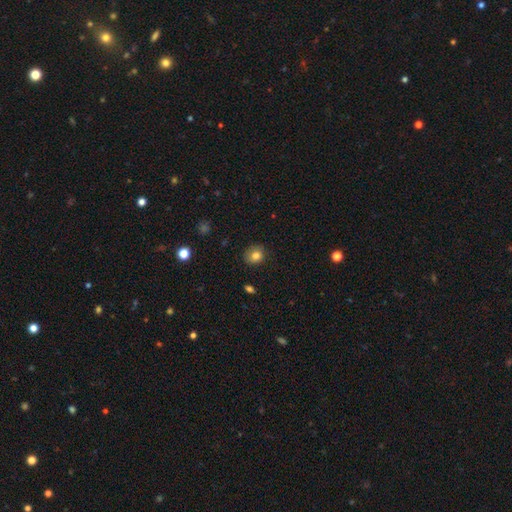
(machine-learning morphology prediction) Overall: smooth (80%). How rounded: round (72%). Merging: none (80%).